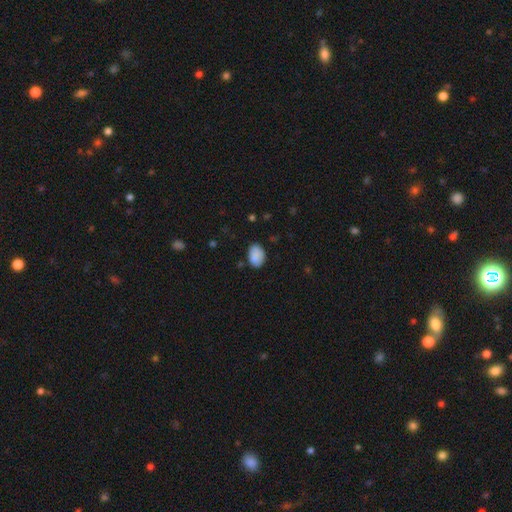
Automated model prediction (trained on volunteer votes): Smooth or featured: smooth — 87% (star or artifact — 7%)
How rounded: in between — 79% (round — 20%)
Merging: none — 75% (minor disturbance — 19%)